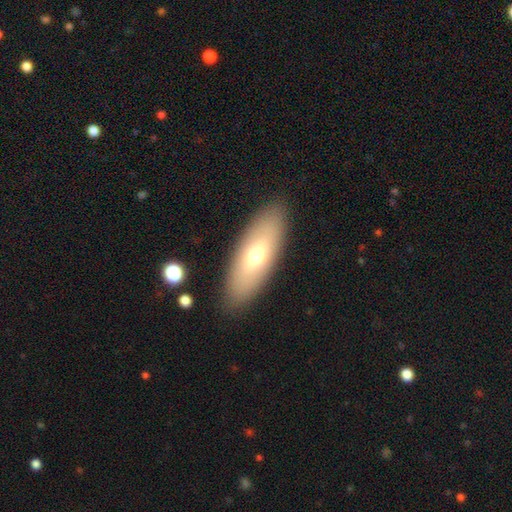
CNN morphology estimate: Smooth or featured? Predicted: smooth (p=0.63). How rounded? Predicted: in between (p=0.72). Merging? Predicted: none (p=0.87).